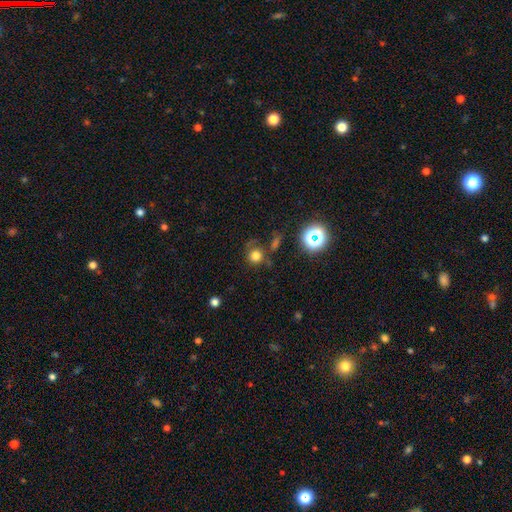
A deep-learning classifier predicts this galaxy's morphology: smooth 74%, star or artifact 17%, featured or disk 10%. Down the decision tree: how rounded — round (88%); merging — none (63%).